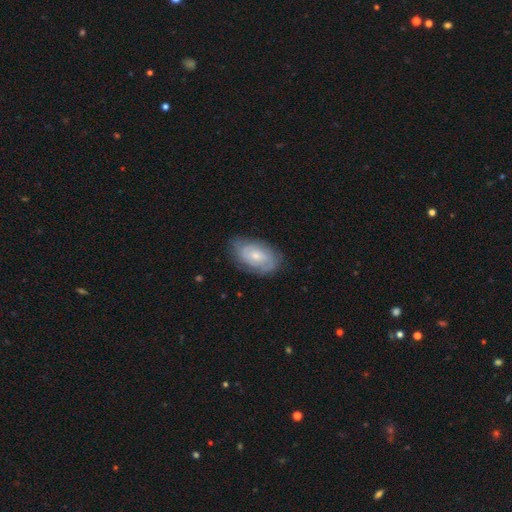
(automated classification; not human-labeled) This appears to be a featured or disk galaxy (58%) with no bar (71%), spiral arms (80%) and a small central bulge (54%). Merging: none (74%).